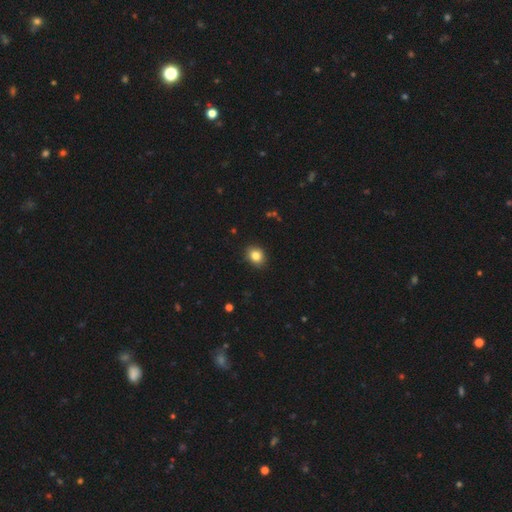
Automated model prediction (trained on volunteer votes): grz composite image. It shows a smooth galaxy with no disk features (83%) that is round (58%). Merging: none (88%).